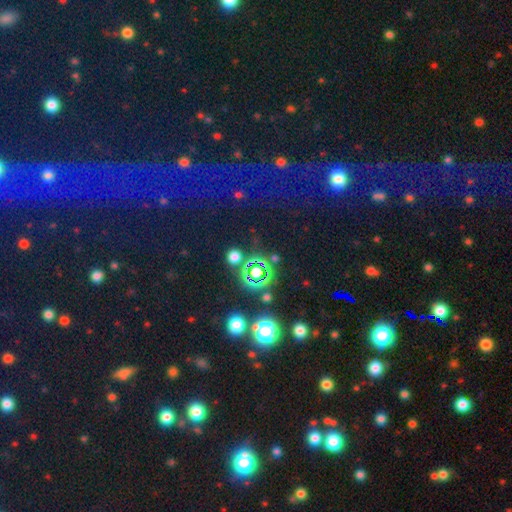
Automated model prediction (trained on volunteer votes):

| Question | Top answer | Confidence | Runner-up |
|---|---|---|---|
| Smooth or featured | star or artifact | 67% | smooth (22%) |